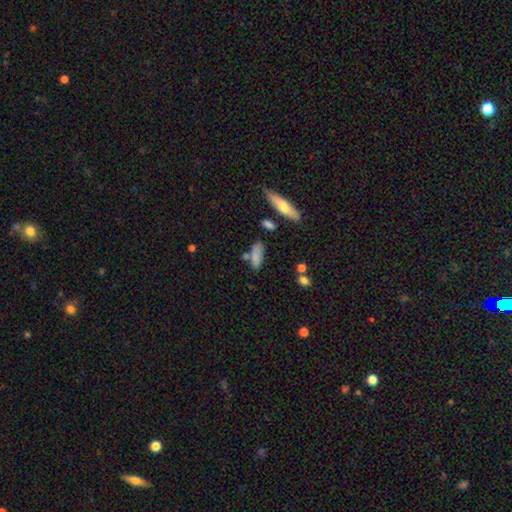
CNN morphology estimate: smooth_or_featured: smooth (p=0.79) [alt: featured or disk p=0.13]
how_rounded: in between (p=0.69) [alt: cigar-shaped p=0.28]
merging: none (p=0.59) [alt: minor disturbance p=0.20]